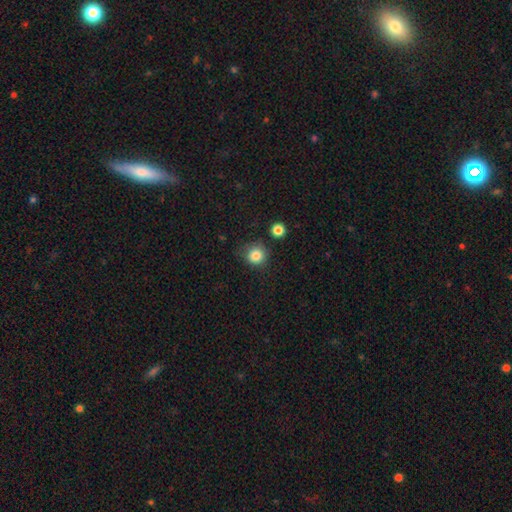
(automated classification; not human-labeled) Smooth or featured? Predicted: smooth (p=0.84). How rounded? Predicted: round (p=0.90). Merging? Predicted: none (p=0.77).